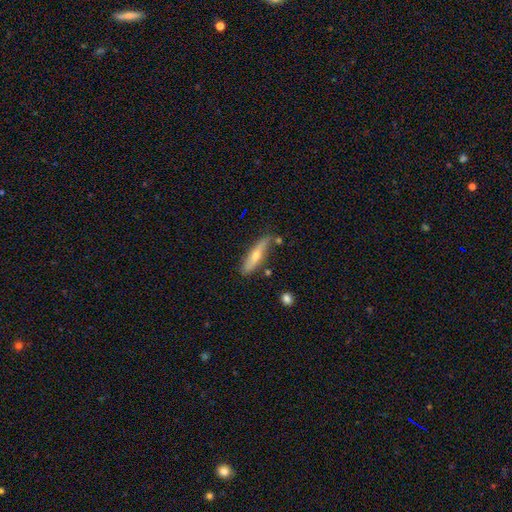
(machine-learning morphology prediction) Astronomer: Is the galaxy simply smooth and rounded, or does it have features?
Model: smooth — 49% (runner-up: featured or disk, 44%).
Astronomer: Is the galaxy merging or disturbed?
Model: none — 76%.